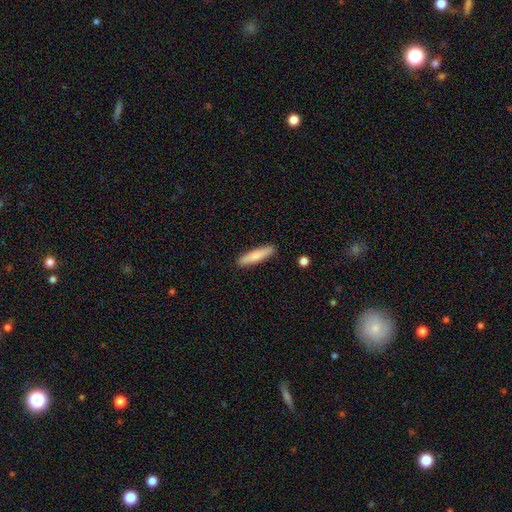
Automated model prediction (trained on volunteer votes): smooth_or_featured: smooth (p=0.78) [alt: featured or disk p=0.16]
how_rounded: cigar-shaped (p=0.85) [alt: in between p=0.13]
merging: none (p=0.88) [alt: minor disturbance p=0.09]